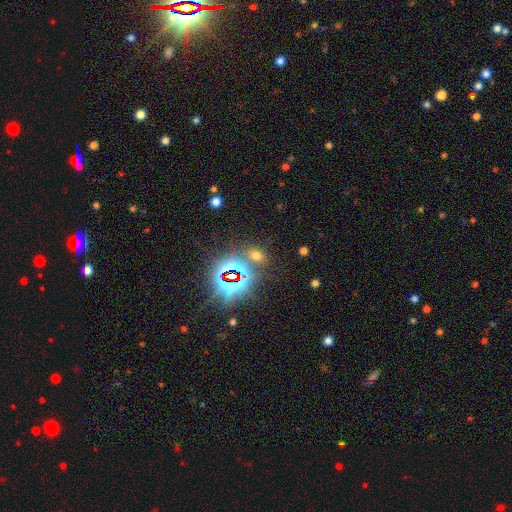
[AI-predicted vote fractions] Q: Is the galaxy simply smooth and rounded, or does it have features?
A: star or artifact — 51%.